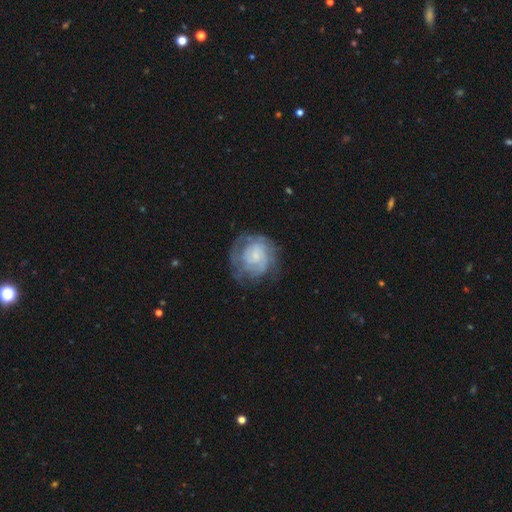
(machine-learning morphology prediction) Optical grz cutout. It shows a featured or disk galaxy (70%) with no bar (72%), tight (63%) spiral arms (87%) and a small central bulge (63%). Merging: none (65%).